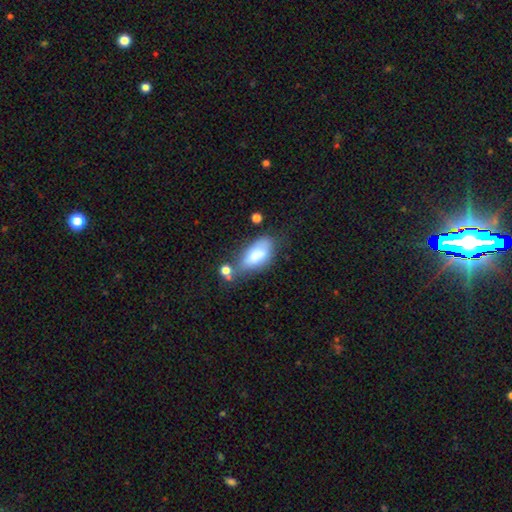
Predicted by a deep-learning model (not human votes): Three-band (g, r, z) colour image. It shows a smooth galaxy with no disk features (76%) that is in between round and cigar-shaped (89%). Merging: none (38%).